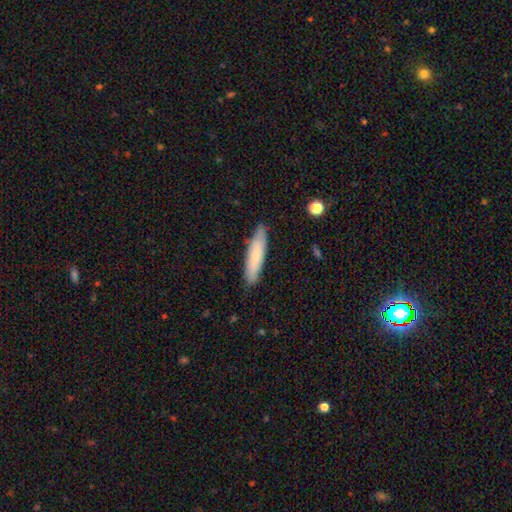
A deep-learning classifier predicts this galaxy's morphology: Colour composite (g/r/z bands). It shows a smooth galaxy with no disk features (74%) that is cigar-shaped (79%). Merging: none (85%).